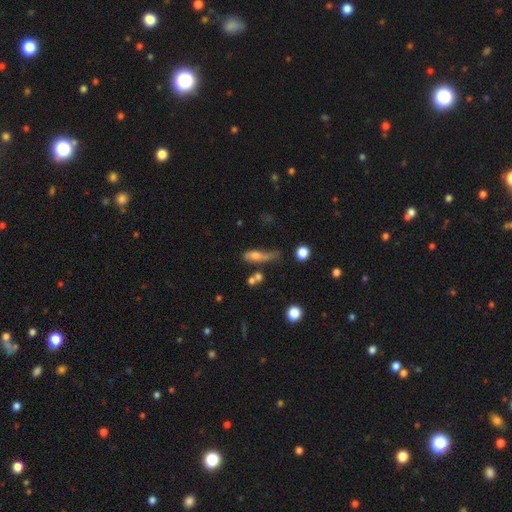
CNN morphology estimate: smooth_or_featured: smooth (p=0.58) [alt: featured or disk p=0.31]
how_rounded: in between (p=0.49) [alt: cigar-shaped p=0.42]
merging: major disturbance (p=0.29) [alt: none p=0.28]